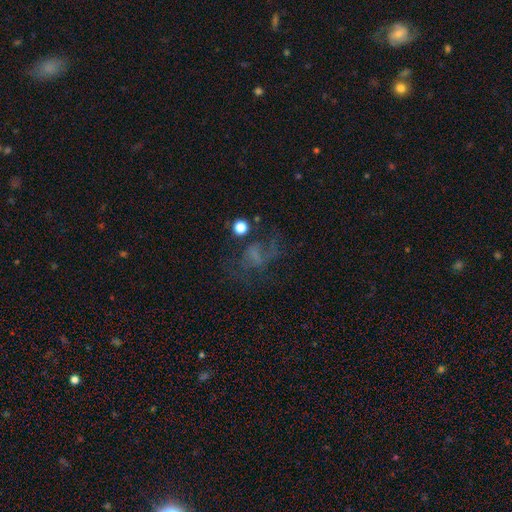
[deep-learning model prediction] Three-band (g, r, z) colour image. It shows a featured or disk galaxy (42%). Merging: none (43%).